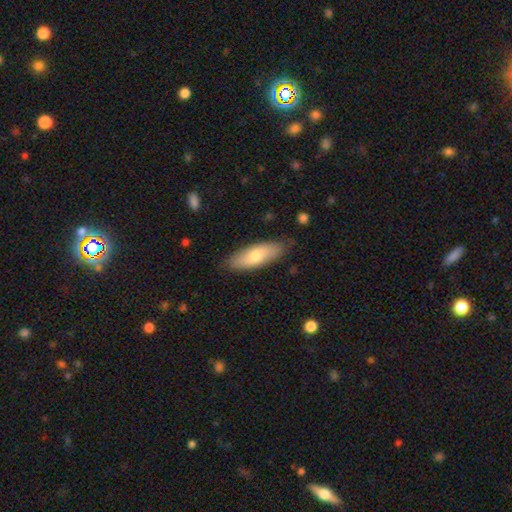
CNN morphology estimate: The model was most divided on "how rounded": in between: 64%, cigar-shaped: 34%, round: 2%. More confident: merging — none (84%); smooth or featured — smooth (67%).